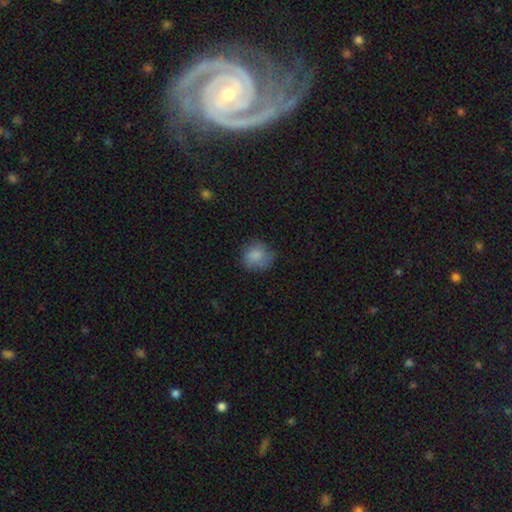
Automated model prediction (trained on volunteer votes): A smooth galaxy with no disk features (83%) that is round (79%).

Vote fractions:
- Smooth or featured? smooth: 83% / featured or disk: 9% / star or artifact: 8%
- How rounded? round: 79% / in between: 21% / cigar-shaped: 1%
- Merging? none: 71% / minor disturbance: 21% / major disturbance: 6% / merger: 1%